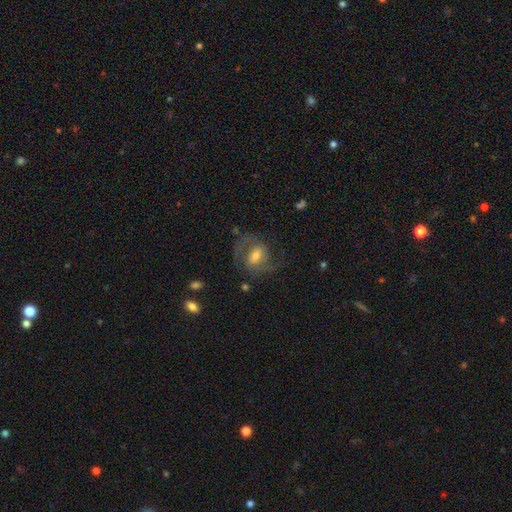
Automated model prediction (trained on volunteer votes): smooth-or-featured: featured or disk: 76% | smooth: 16% | star or artifact: 8%
  disk-edge-on: no: 97% | yes: 3%
    bar: weak: 51% | no: 25% | strong: 24%
    has-spiral-arms: yes: 93% | no: 7%
      spiral-winding: medium: 56% | loose: 26% | tight: 18%
      spiral-arm-count: 2: 87% | can't tell: 6% | 1: 3% | 3: 3% | 4: 1% | more than 4: 1%
    bulge-size: moderate: 52% | small: 28% | large: 14% | none: 4% | dominant: 2%
  merging: none: 67% | minor disturbance: 16% | major disturbance: 15% | merger: 2%